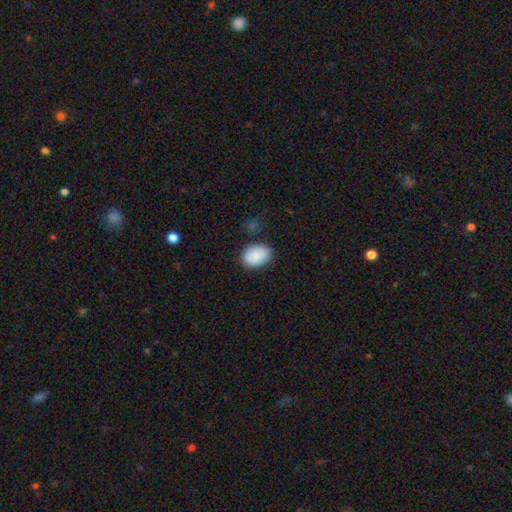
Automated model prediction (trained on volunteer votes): The model was most divided on "how rounded": in between: 81%, round: 18%, cigar-shaped: 1%. More confident: smooth or featured — smooth (89%); merging — none (80%).